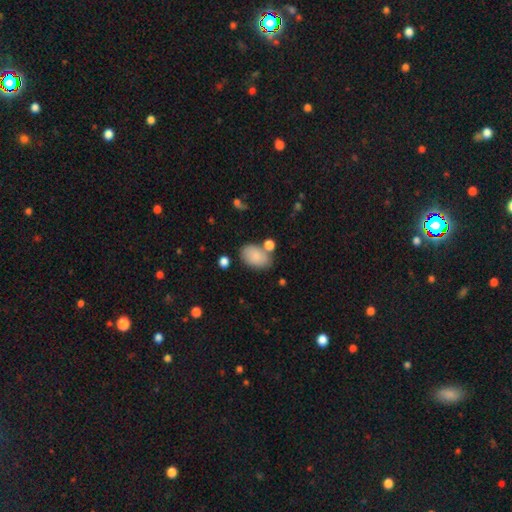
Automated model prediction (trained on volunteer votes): The model was most divided on "merging": none: 67%, minor disturbance: 17%, merger: 12%, major disturbance: 5%. More confident: how rounded — in between (89%); smooth or featured — smooth (84%).